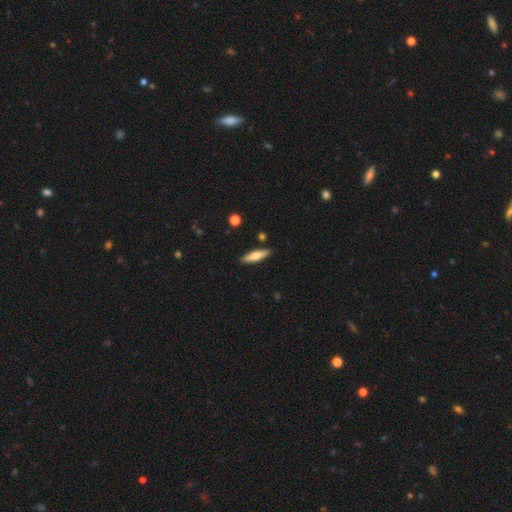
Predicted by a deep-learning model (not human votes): Smooth or featured? smooth (67%)
How rounded? cigar-shaped (69%)
Merging? none (88%)